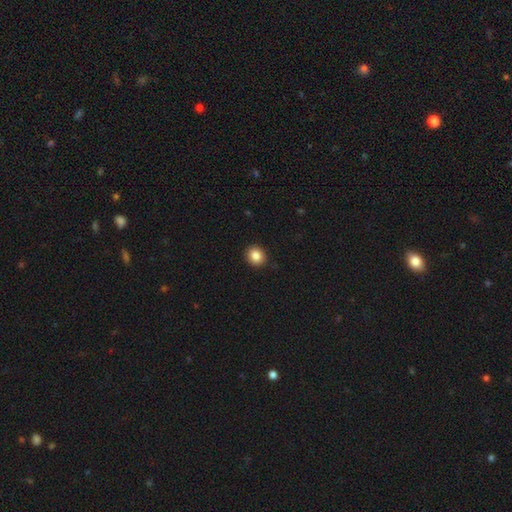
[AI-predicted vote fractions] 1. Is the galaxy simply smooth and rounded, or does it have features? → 86% smooth, 9% star or artifact, 5% featured or disk.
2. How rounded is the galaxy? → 78% round, 21% in between, 1% cigar-shaped.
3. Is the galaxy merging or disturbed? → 91% none, 7% minor disturbance, 2% major disturbance, 1% merger.